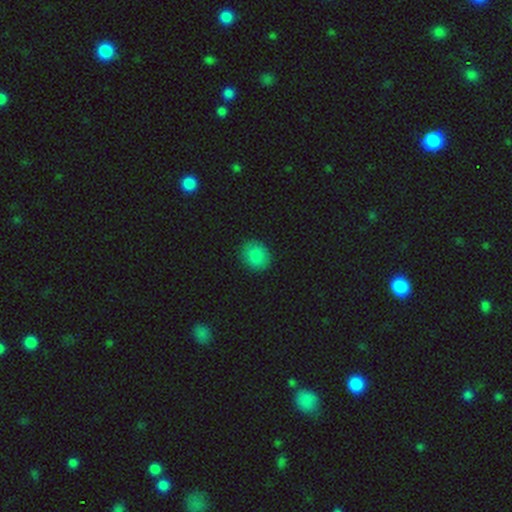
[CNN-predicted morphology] Smooth or featured? smooth (85%)
How rounded? round (72%)
Merging? none (88%)